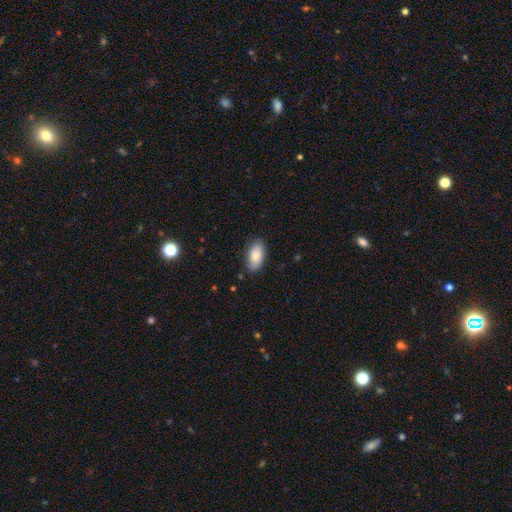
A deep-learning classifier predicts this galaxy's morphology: This is clearly a smooth galaxy (85%). How rounded: clearly in between (93%). Merging: clearly none (85%).